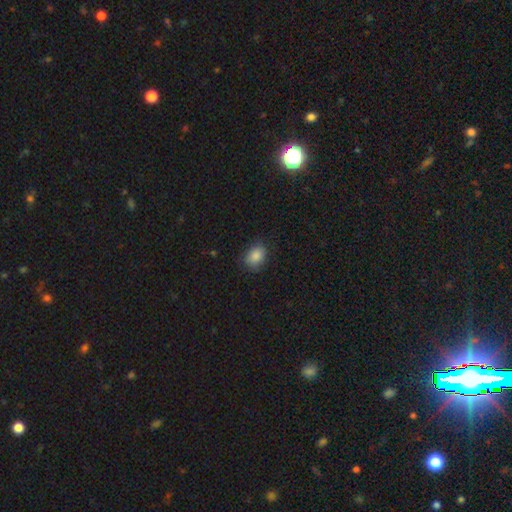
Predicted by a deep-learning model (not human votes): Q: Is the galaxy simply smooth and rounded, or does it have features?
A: smooth — 86%.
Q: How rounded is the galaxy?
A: in between — 69%.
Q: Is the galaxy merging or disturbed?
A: none — 81%.